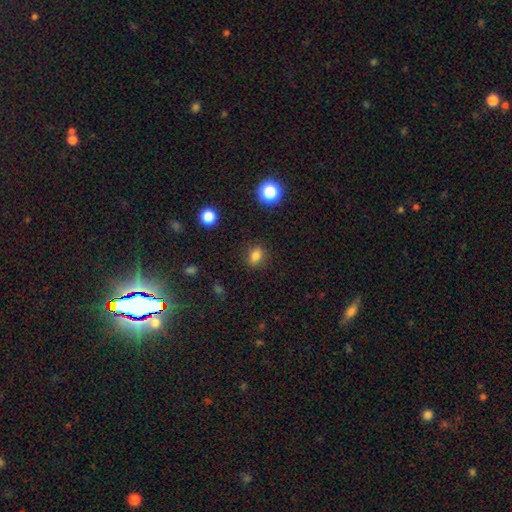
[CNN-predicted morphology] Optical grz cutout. It shows a smooth galaxy with no disk features (81%) that is in between round and cigar-shaped (65%). Merging: none (86%).